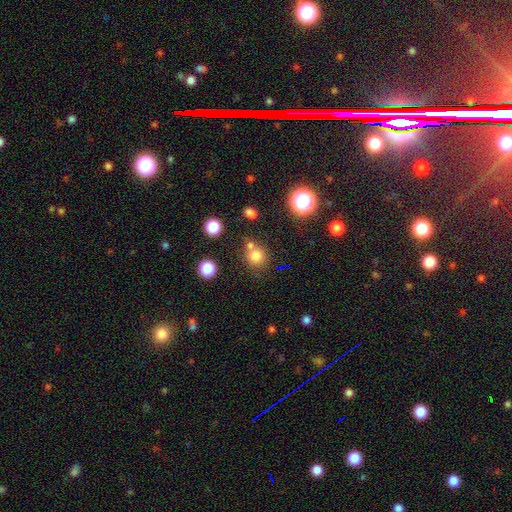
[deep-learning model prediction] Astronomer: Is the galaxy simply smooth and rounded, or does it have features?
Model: smooth — 76%.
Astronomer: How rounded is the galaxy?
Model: round — 87%.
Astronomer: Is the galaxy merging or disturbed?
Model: none — 59%.